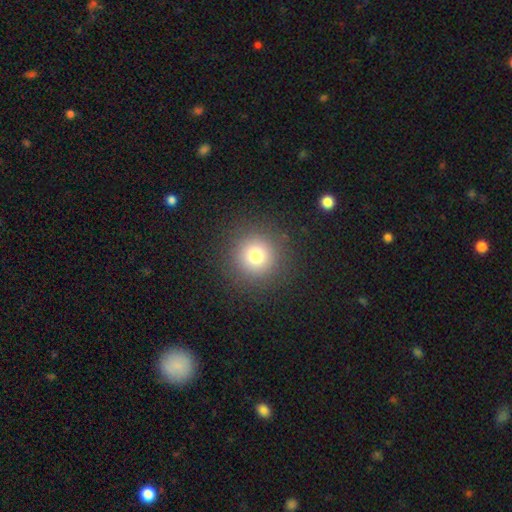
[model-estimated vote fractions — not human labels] smooth_or_featured: smooth (p=0.77) [alt: star or artifact p=0.15]
how_rounded: round (p=0.95) [alt: in between p=0.04]
merging: none (p=0.90) [alt: minor disturbance p=0.06]